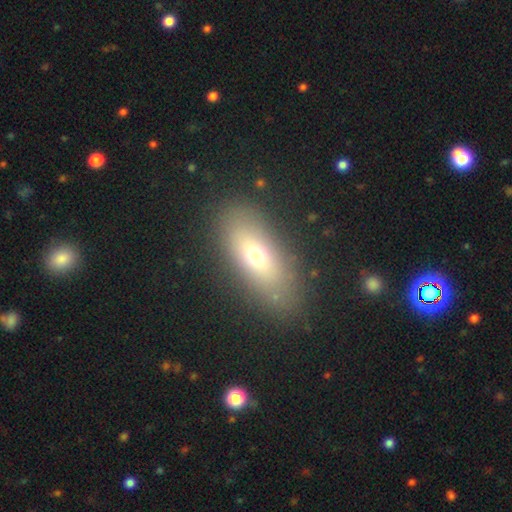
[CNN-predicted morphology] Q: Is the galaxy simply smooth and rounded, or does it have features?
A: smooth — 64%.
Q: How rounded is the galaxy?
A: in between — 75%.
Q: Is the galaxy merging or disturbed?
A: none — 81%.